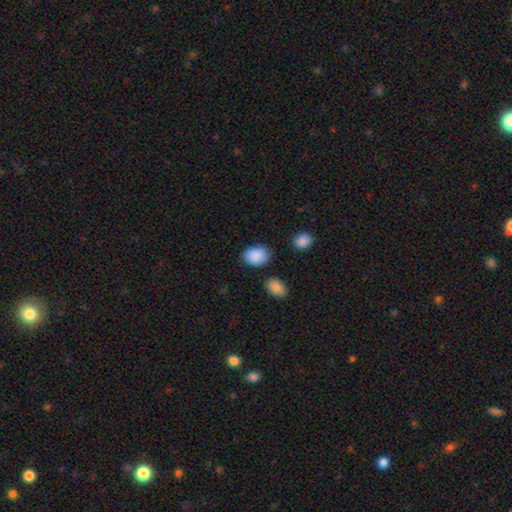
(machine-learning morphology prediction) This is clearly a smooth galaxy (89%). How rounded: likely in between (69%). Merging: likely none (75%).